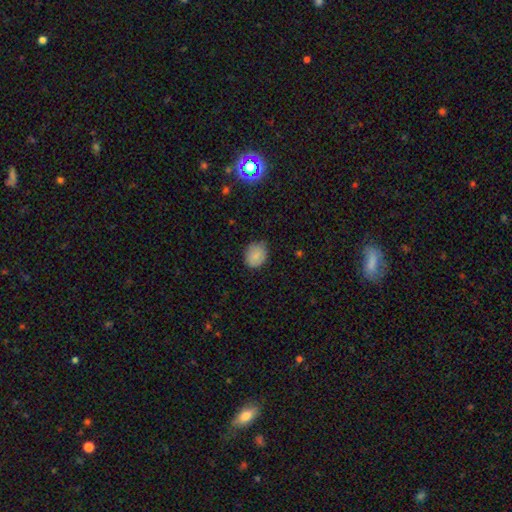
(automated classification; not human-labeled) This appears to be a smooth galaxy with no disk features (84%) that is round (59%). Merging: none (74%).